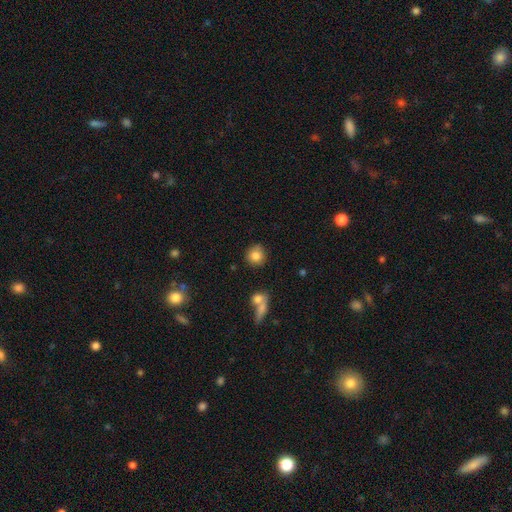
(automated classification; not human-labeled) Morphology: type=smooth (83%); roundness=round (88%); merging=none (79%).